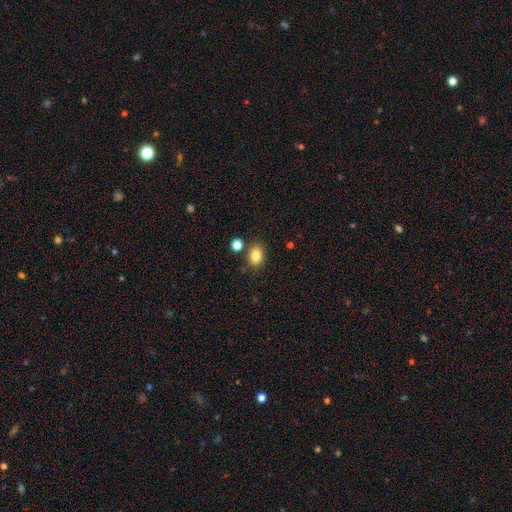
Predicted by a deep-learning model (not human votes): Overall: smooth (83%). How rounded: in between (73%). Merging: none (78%).